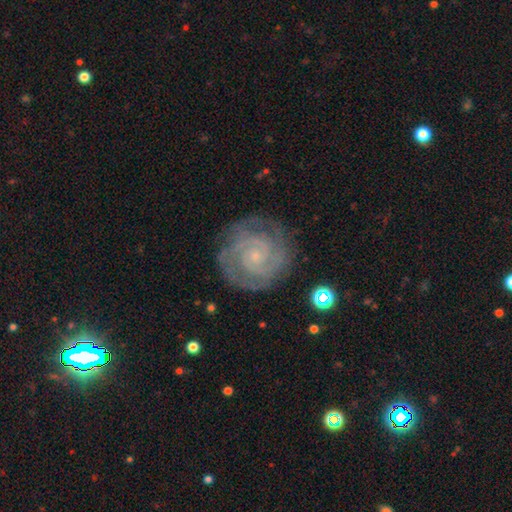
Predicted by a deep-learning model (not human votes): Morphology: type=featured or disk (88%); edge-on=no (98%); bar=no (70%); spiral arms=yes (98%); winding=tight (78%); arm count=2 (53%); bulge=small (82%); merging=none (81%).